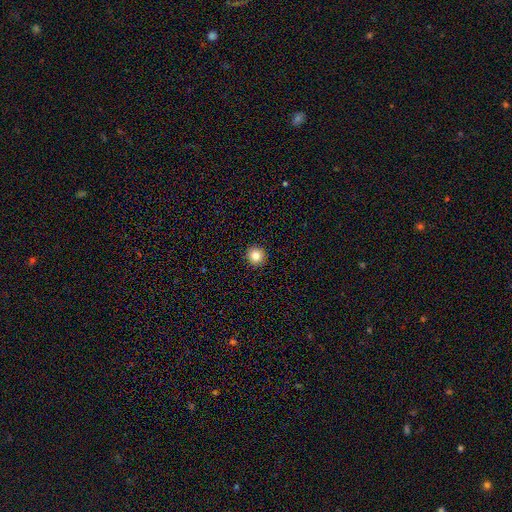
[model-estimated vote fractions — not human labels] smooth 84%, star or artifact 11%, featured or disk 5%. Down the decision tree: how rounded — round (94%); merging — none (93%).